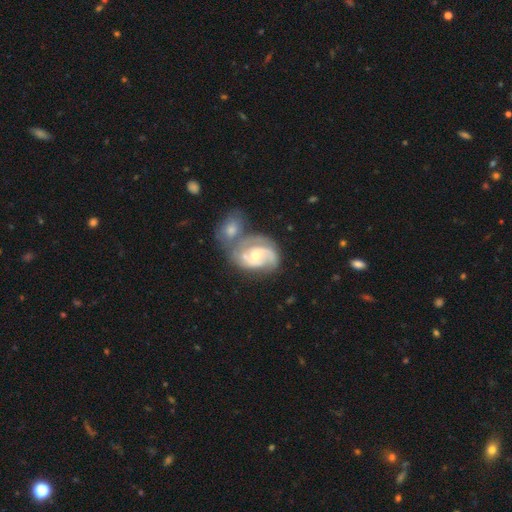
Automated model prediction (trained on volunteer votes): Morphology: type=featured or disk (83%); edge-on=no (98%); bar=no (62%); spiral arms=yes (94%); winding=medium (46%); arm count=2 (66%); bulge=small (51%); merging=merger (58%).